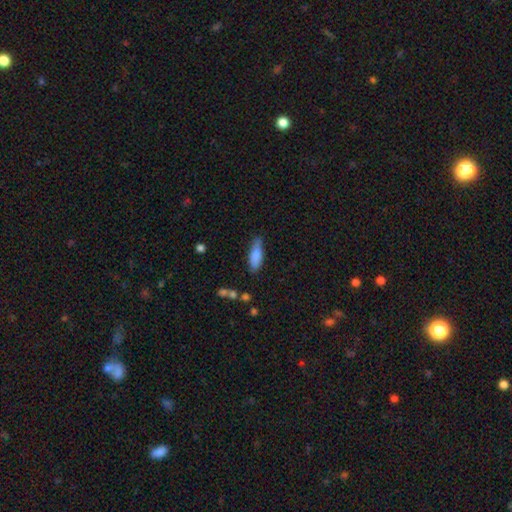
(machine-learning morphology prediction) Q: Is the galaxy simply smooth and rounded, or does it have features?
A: smooth — 81%.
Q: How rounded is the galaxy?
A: in between — 56%.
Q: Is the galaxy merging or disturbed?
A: none — 69%.